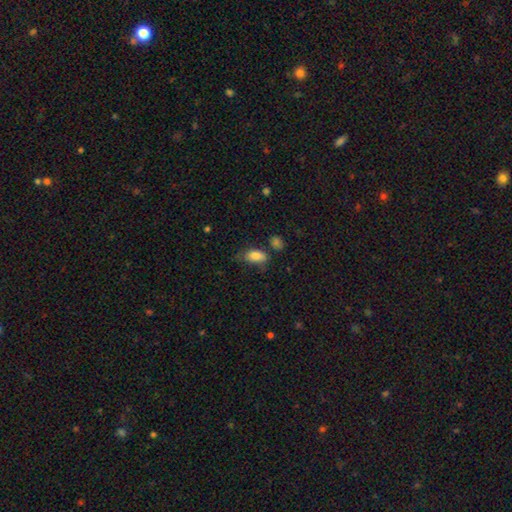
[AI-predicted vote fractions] Smooth or featured? Predicted: smooth (p=0.84). How rounded? Predicted: in between (p=0.92). Merging? Predicted: none (p=0.52).